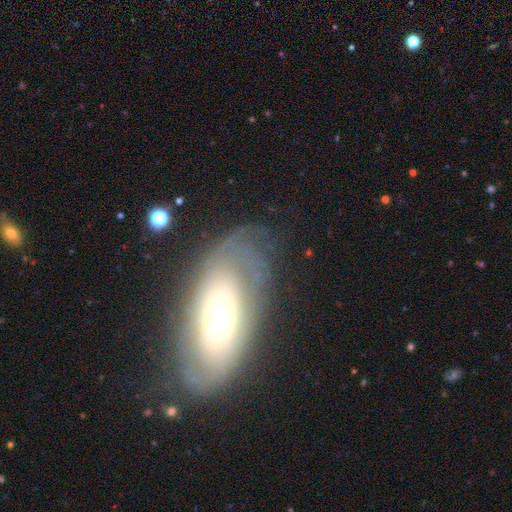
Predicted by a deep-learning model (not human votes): This appears to be a featured or disk galaxy (58%) with no bar (78%), spiral arms (56%) and a moderate central bulge (59%). Merging: none (70%).